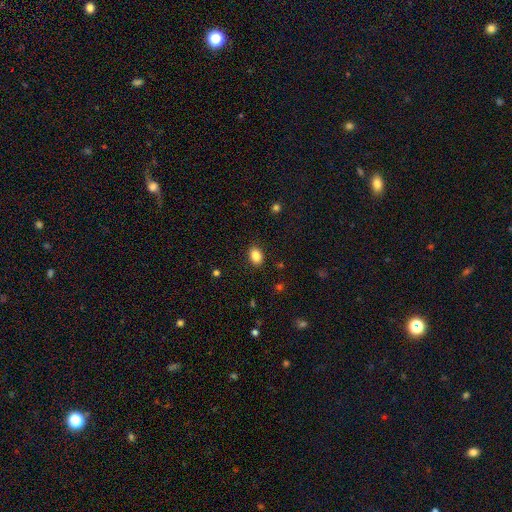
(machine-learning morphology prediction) This appears to be a smooth galaxy with no disk features (88%) that is in between round and cigar-shaped (80%). Merging: none (88%).